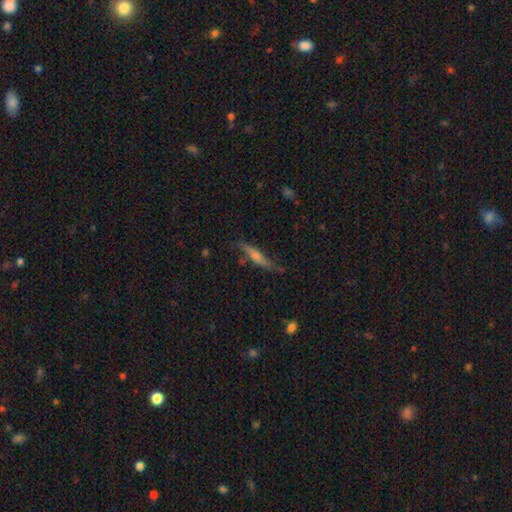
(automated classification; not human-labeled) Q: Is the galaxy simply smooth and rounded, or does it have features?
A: featured or disk — 55%.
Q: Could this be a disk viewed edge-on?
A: yes — 89%.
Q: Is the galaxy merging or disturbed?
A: none — 71%.